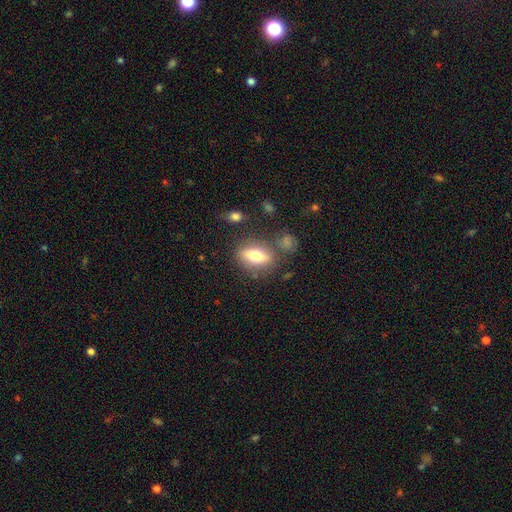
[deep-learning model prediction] Overall: smooth (67%). How rounded: in between (75%). Merging: none (74%).